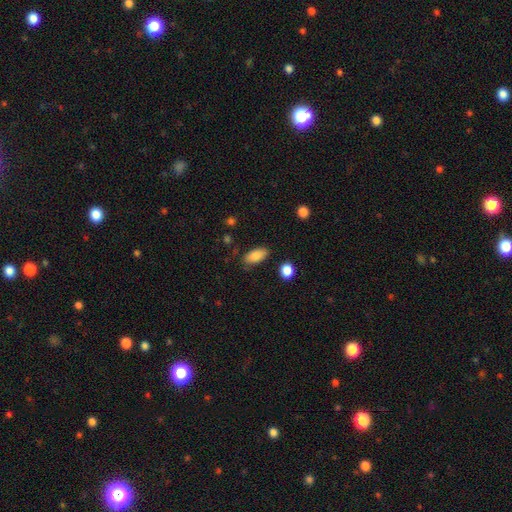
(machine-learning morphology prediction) Smooth or featured?
  - smooth: 85% *
  - star or artifact: 8%
  - featured or disk: 7%
How rounded?
  - in between: 91% *
  - cigar-shaped: 6%
  - round: 4%
Merging?
  - none: 79% *
  - minor disturbance: 15%
  - major disturbance: 4%
  - merger: 2%